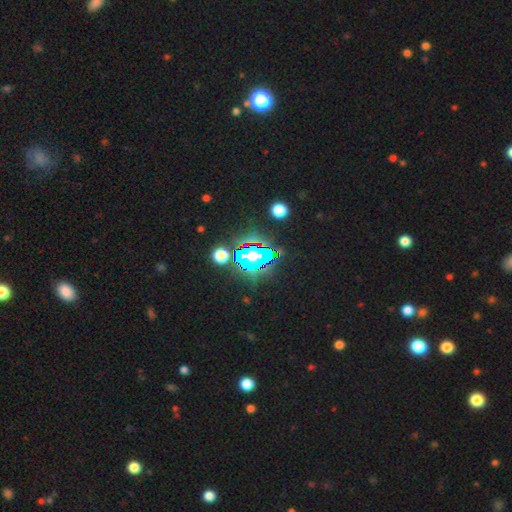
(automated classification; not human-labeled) Smooth or featured?
  - star or artifact: 60% *
  - smooth: 24%
  - featured or disk: 16%